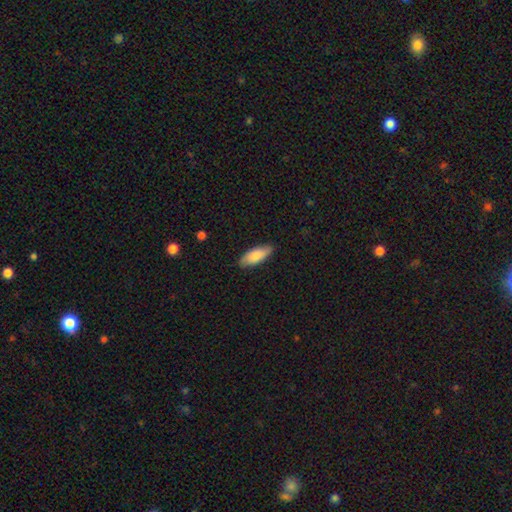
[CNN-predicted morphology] smooth_or_featured: smooth (p=0.82) [alt: featured or disk p=0.12]
how_rounded: in between (p=0.78) [alt: cigar-shaped p=0.20]
merging: none (p=0.85) [alt: minor disturbance p=0.12]